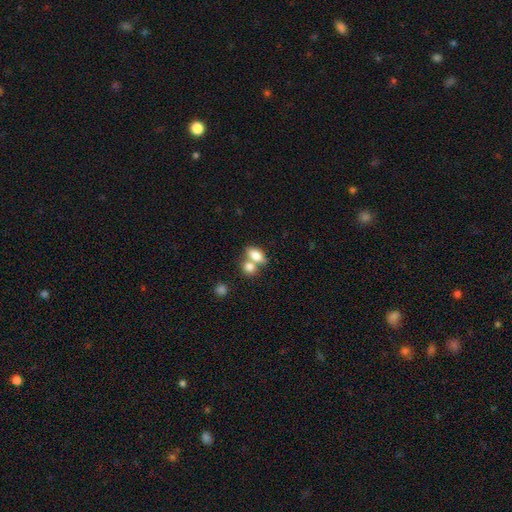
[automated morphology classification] Q: Smooth or featured?
A: smooth (79%); runner-up: featured or disk (13%)
Q: How rounded?
A: in between (82%); runner-up: round (14%)
Q: Merging?
A: merger (54%); runner-up: none (34%)